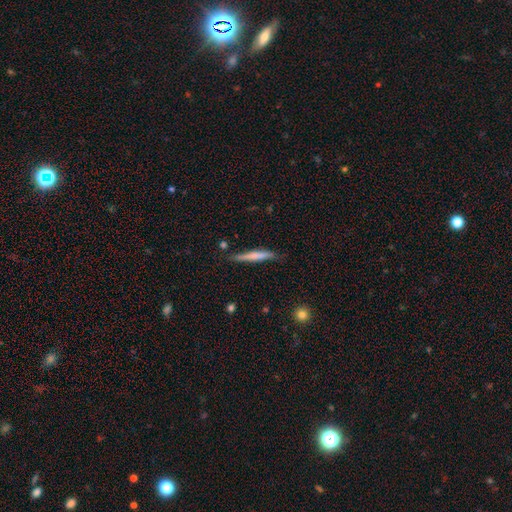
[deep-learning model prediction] smooth 57%, featured or disk 37%, star or artifact 6%. Down the decision tree: how rounded — cigar-shaped (94%); merging — none (80%).